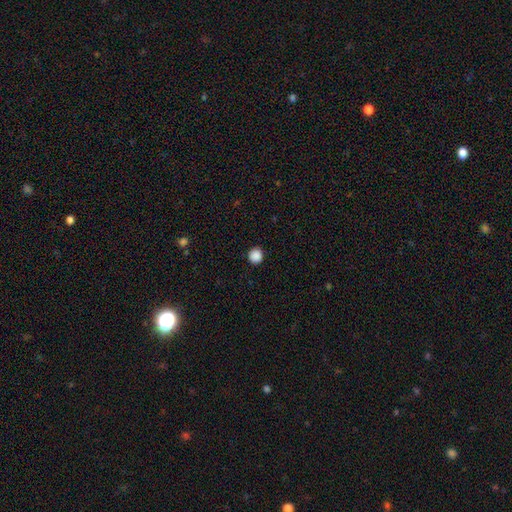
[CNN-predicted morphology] This is clearly a smooth galaxy (88%). How rounded: clearly round (95%). Merging: clearly none (92%).